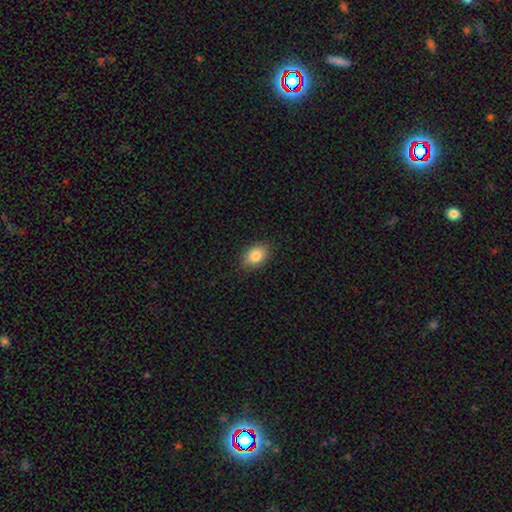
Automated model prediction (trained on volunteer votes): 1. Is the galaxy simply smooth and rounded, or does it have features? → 86% smooth, 8% star or artifact, 6% featured or disk.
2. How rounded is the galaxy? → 80% in between, 18% round, 1% cigar-shaped.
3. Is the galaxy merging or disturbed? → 86% none, 10% minor disturbance, 2% major disturbance, 1% merger.